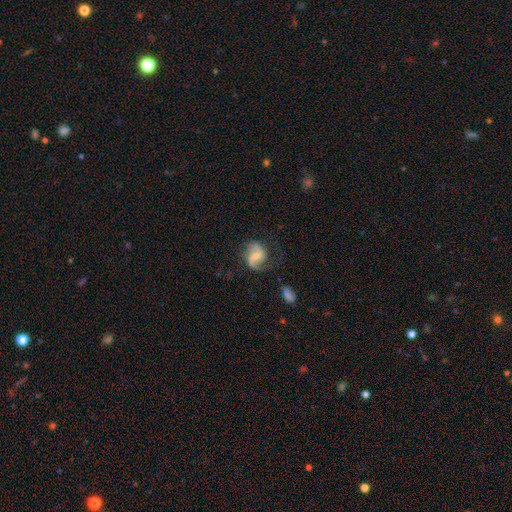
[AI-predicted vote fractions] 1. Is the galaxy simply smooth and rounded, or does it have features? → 80% featured or disk, 14% smooth, 6% star or artifact.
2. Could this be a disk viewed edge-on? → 98% no, 2% yes.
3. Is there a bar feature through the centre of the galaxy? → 48% weak, 37% no, 15% strong.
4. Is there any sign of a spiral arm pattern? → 95% yes, 5% no.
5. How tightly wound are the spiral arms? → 44% loose, 43% medium, 12% tight.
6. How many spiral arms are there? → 85% 2, 8% 1, 4% can't tell, 1% 3, 1% 4, 1% more than 4.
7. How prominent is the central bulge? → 46% small, 43% moderate, 7% none, 3% large, 1% dominant.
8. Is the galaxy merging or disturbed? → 63% none, 20% minor disturbance, 14% major disturbance, 3% merger.